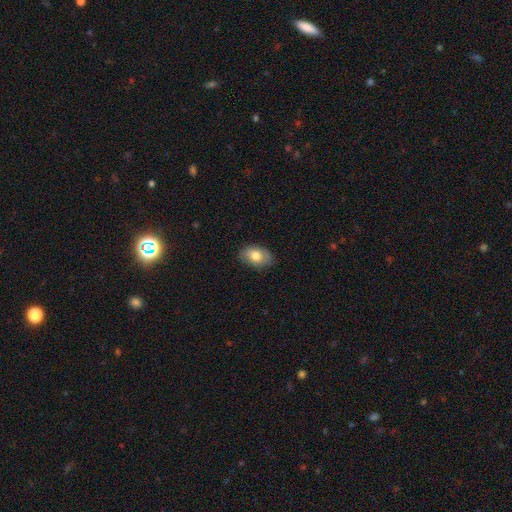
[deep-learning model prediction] smooth 76%, featured or disk 17%, star or artifact 7%. Down the decision tree: how rounded — in between (86%); merging — none (80%).